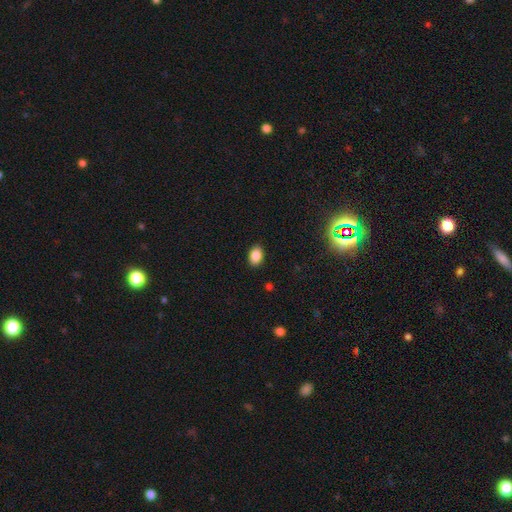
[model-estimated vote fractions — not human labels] smooth 88%, star or artifact 8%, featured or disk 4%. Down the decision tree: how rounded — in between (83%); merging — none (89%).